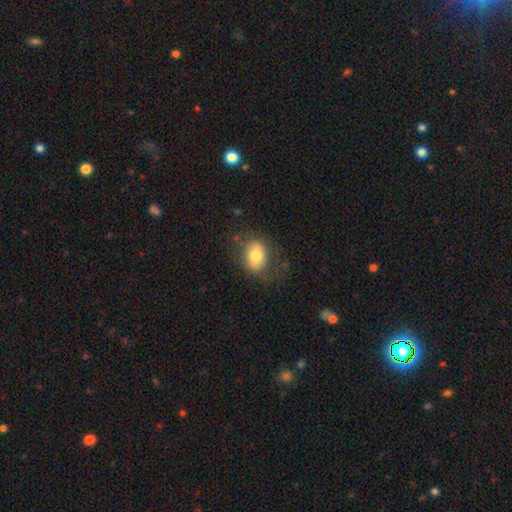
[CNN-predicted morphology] type=smooth (70%); roundness=in between (66%); merging=none (62%).